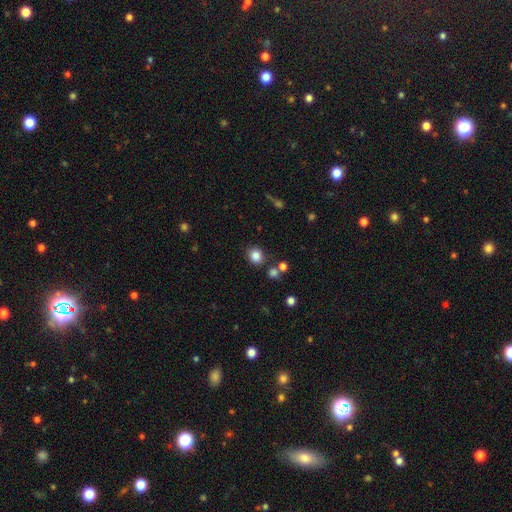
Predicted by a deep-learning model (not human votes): Smooth or featured?
  - smooth: 84% *
  - star or artifact: 12%
  - featured or disk: 5%
How rounded?
  - round: 72% *
  - in between: 27%
  - cigar-shaped: 1%
Merging?
  - none: 79% *
  - minor disturbance: 10%
  - merger: 7%
  - major disturbance: 4%